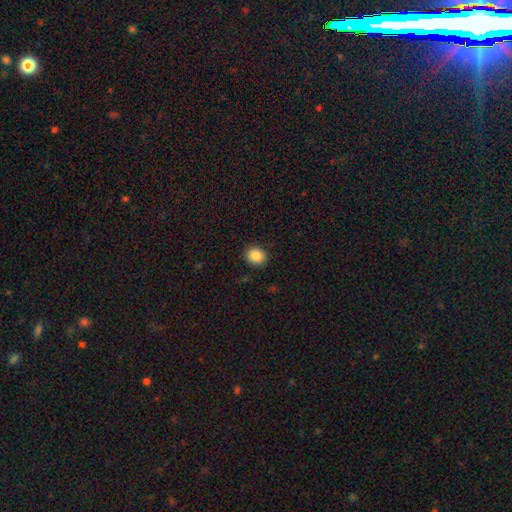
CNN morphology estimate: This is clearly a smooth galaxy (87%). How rounded: likely round (75%). Merging: clearly none (90%).